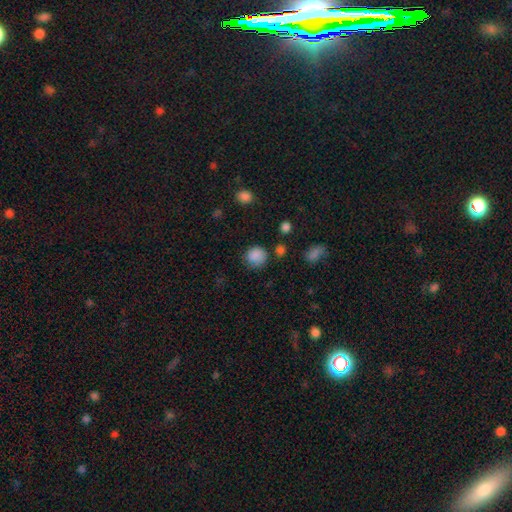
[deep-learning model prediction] This appears to be a smooth galaxy with no disk features (85%) that is round (86%). Merging: none (71%).